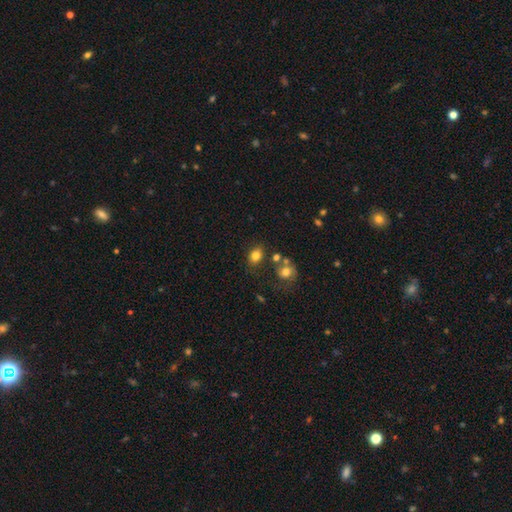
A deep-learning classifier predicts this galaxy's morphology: smooth_or_featured: smooth (p=0.79) [alt: star or artifact p=0.12]
how_rounded: in between (p=0.62) [alt: round p=0.36]
merging: none (p=0.69) [alt: minor disturbance p=0.14]